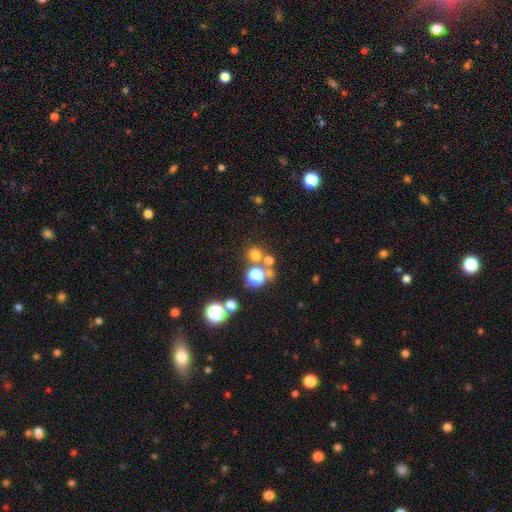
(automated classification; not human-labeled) Smooth or featured?
  - smooth: 65% *
  - star or artifact: 27%
  - featured or disk: 8%
How rounded?
  - round: 91% *
  - in between: 8%
  - cigar-shaped: 1%
Merging?
  - none: 71% *
  - merger: 18%
  - minor disturbance: 7%
  - major disturbance: 4%